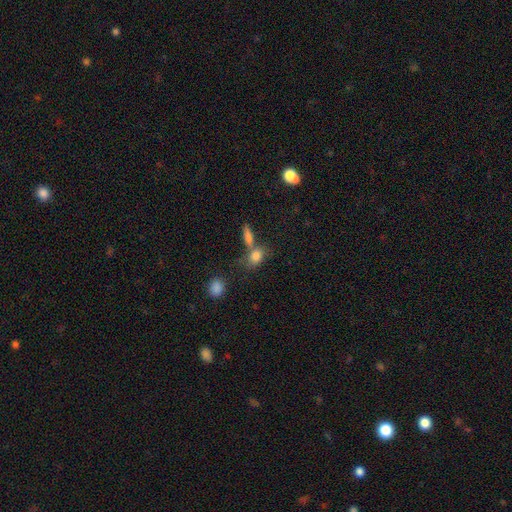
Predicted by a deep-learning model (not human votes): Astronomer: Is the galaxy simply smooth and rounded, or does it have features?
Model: smooth — 80%.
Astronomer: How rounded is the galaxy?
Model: in between — 64%.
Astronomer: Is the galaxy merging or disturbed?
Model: none — 44% (runner-up: merger, 38%).